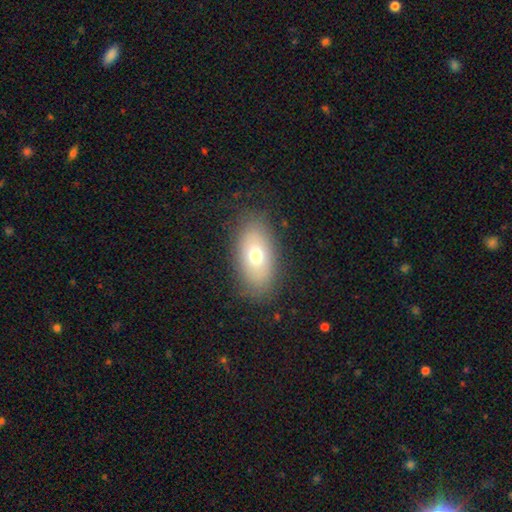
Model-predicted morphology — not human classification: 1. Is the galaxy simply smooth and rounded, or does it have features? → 69% smooth, 22% featured or disk, 9% star or artifact.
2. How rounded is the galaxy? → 89% in between, 7% round, 4% cigar-shaped.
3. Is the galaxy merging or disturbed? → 83% none, 11% minor disturbance, 4% major disturbance, 1% merger.